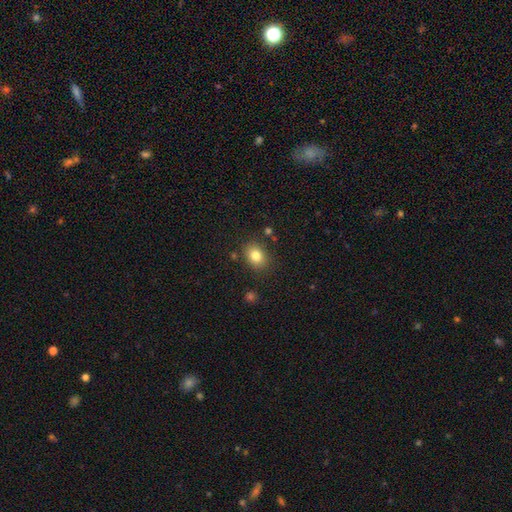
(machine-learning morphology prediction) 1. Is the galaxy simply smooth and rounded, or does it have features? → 82% smooth, 10% star or artifact, 8% featured or disk.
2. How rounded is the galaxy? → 60% in between, 39% round, 1% cigar-shaped.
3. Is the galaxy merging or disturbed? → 82% none, 11% minor disturbance, 3% major disturbance, 3% merger.